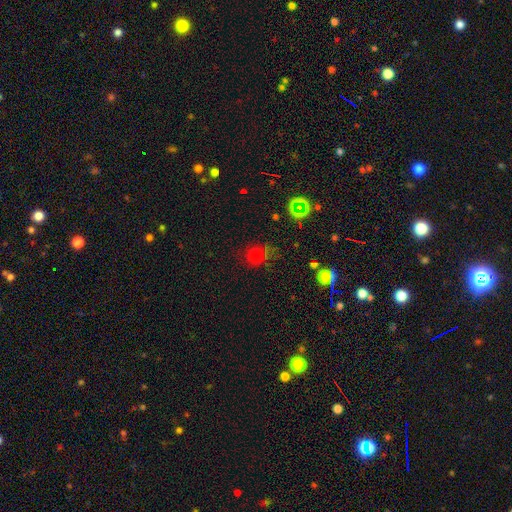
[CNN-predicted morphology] A smooth galaxy with no disk features (62%) that is round (81%).

Vote fractions:
- Smooth or featured? smooth: 62% / star or artifact: 28% / featured or disk: 10%
- How rounded? round: 81% / in between: 18% / cigar-shaped: 1%
- Merging? none: 69% / minor disturbance: 19% / major disturbance: 9% / merger: 3%